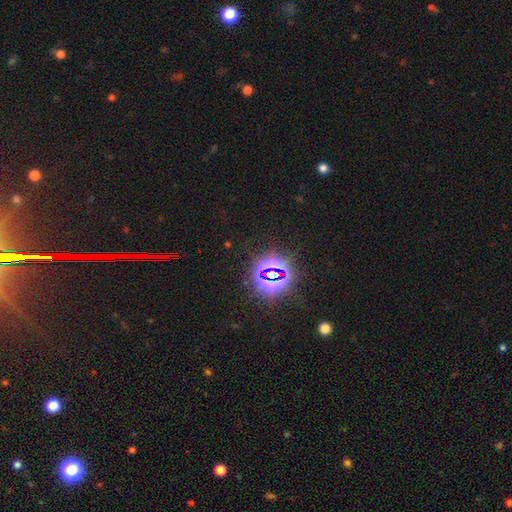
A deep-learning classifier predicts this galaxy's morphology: A star or artifact, not a galaxy (82%).

Vote fractions:
- Smooth or featured? star or artifact: 82% / smooth: 10% / featured or disk: 8%